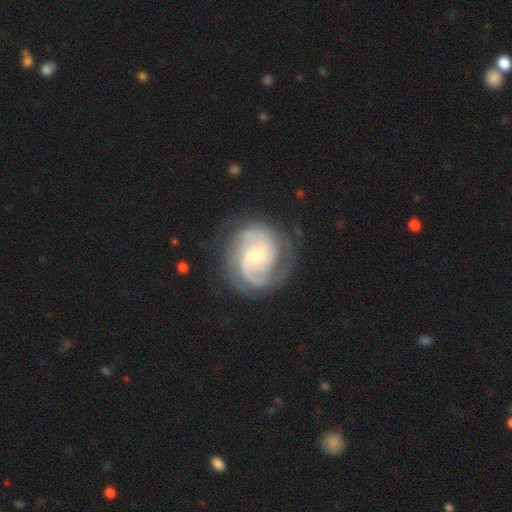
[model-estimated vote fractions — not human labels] A featured or disk galaxy (88%) with no bar (61%), 2 (58%) tight (48%) spiral arms (98%) and a small central bulge (61%).

Vote fractions:
- Smooth or featured? featured or disk: 88% / smooth: 7% / star or artifact: 5%
- Edge-on disk? no: 98% / yes: 2%
- Bar? no: 61% / weak: 32% / strong: 6%
- Spiral arms? yes: 98% / no: 2%
- Spiral winding? tight: 48% / medium: 42% / loose: 11%
- Spiral arm count? 2: 58% / 3: 18% / can't tell: 12% / 1: 5% / 4: 4% / more than 4: 3%
- Bulge size? small: 61% / moderate: 33% / large: 3% / none: 2% / dominant: 1%
- Merging? none: 75% / minor disturbance: 16% / major disturbance: 8% / merger: 1%